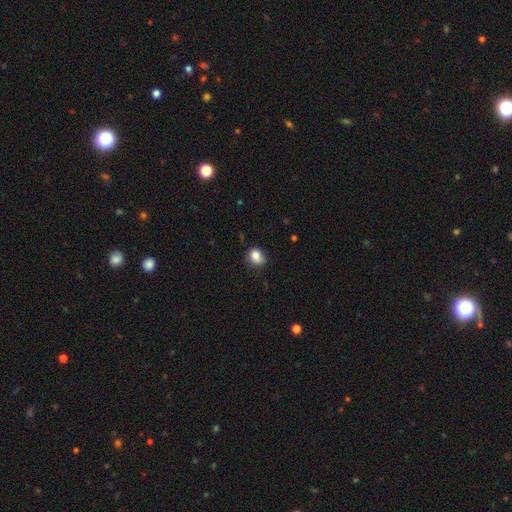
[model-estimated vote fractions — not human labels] This is clearly a smooth galaxy (81%). How rounded: possibly round (54%). Merging: likely none (65%).